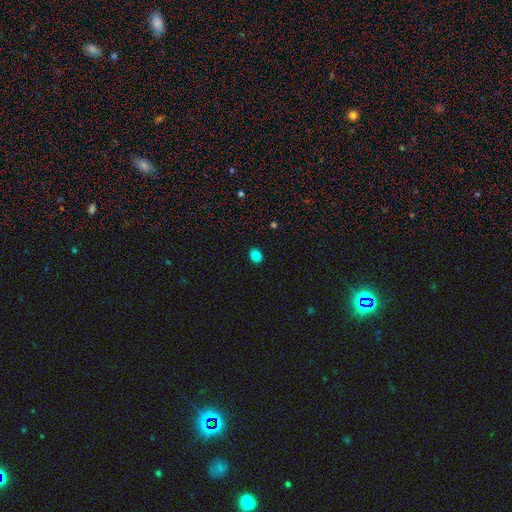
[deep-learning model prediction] A smooth galaxy with no disk features (85%) that is round (52%).

Vote fractions:
- Smooth or featured? smooth: 85% / star or artifact: 11% / featured or disk: 4%
- How rounded? round: 52% / in between: 47% / cigar-shaped: 1%
- Merging? none: 91% / minor disturbance: 6% / major disturbance: 2% / merger: 1%